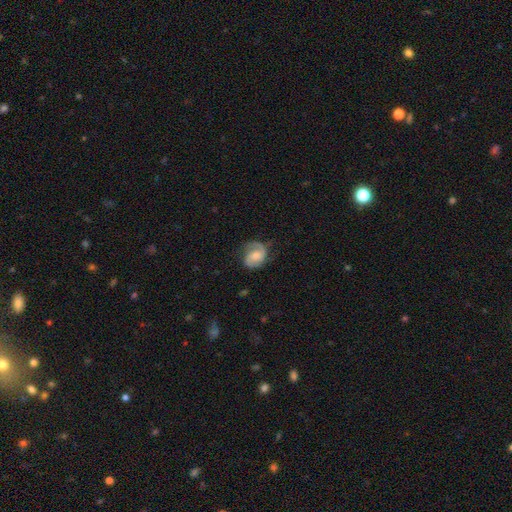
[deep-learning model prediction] Overall: featured or disk (77%). Edge-on disk: no (98%). Bar: no (57%; weak 37%). Spiral arms: yes (95%). Spiral arm count: 2 (77%). Spiral winding: medium (47%; tight 32%). Bulge size: moderate (44%; small 34%). Merging: none (64%).